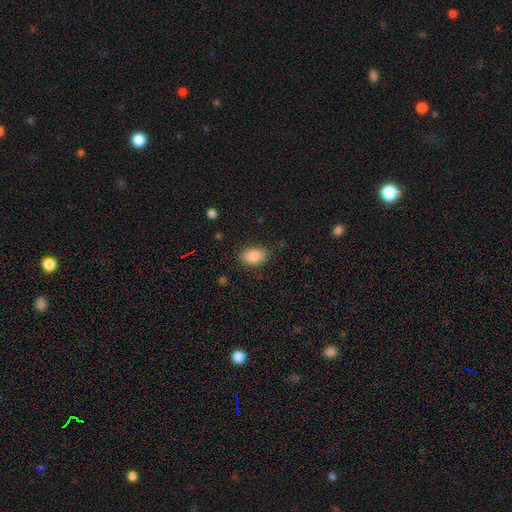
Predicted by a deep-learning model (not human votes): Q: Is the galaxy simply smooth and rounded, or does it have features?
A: smooth — 88%.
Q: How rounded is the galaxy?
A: in between — 89%.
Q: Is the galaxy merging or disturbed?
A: none — 85%.